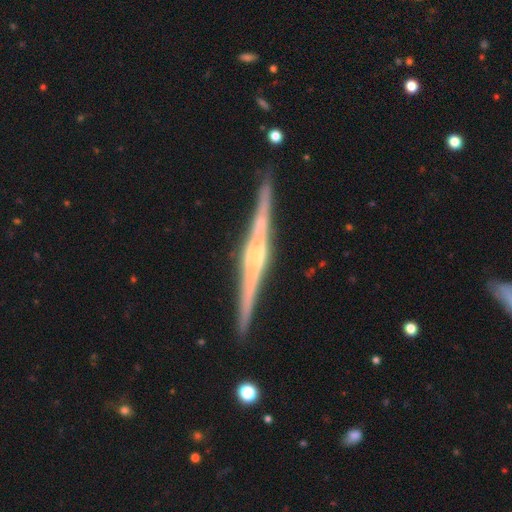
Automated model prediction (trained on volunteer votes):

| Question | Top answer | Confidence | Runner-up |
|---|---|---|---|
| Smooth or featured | featured or disk | 89% | smooth (7%) |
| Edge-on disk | yes | 99% | no (1%) |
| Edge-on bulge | boxy | 47% | rounded (40%) |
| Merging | none | 91% | minor disturbance (6%) |